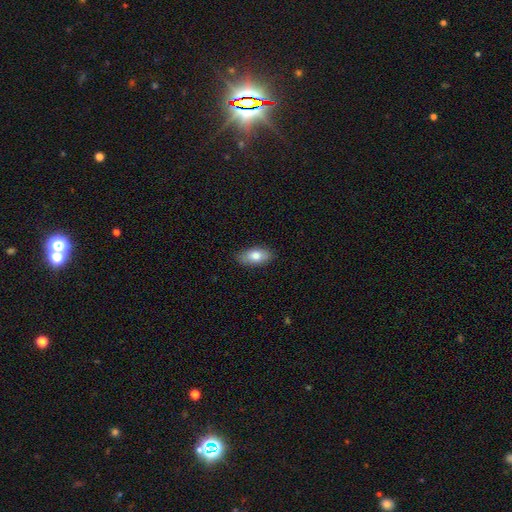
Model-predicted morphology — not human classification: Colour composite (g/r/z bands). It shows a smooth galaxy with no disk features (78%) that is in between round and cigar-shaped (91%). Merging: none (87%).